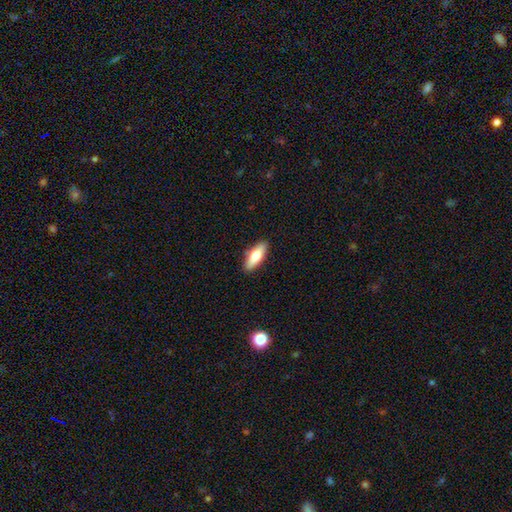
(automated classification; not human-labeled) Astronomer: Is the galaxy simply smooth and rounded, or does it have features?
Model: smooth — 72%.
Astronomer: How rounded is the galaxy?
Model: in between — 65%.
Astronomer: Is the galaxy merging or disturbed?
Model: none — 89%.